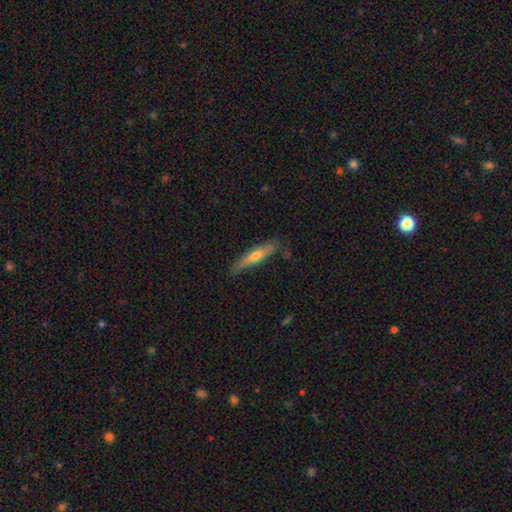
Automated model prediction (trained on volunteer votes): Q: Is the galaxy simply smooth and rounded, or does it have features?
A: featured or disk — 48%.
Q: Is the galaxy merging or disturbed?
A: none — 79%.